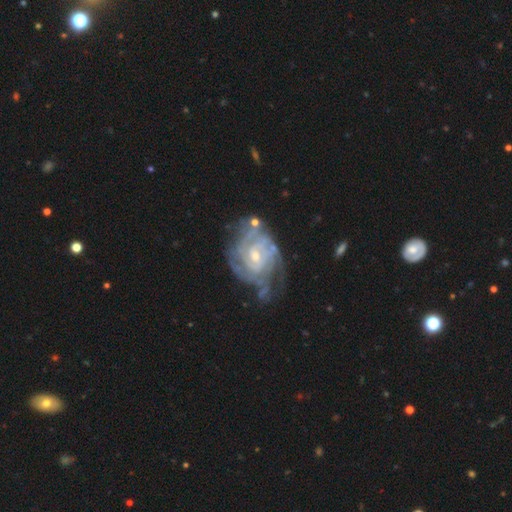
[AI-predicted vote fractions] featured or disk 86%, smooth 8%, star or artifact 6%. Down the decision tree: edge-on disk — no (97%); bar — no (54%); spiral arms — yes (92%); spiral arm count — can't tell (46%); spiral winding — tight (68%); bulge size — small (52%); merging — none (49%).